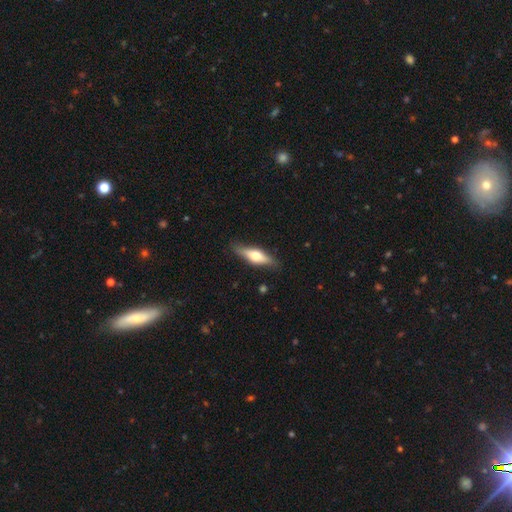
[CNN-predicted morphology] Smooth or featured?
  - featured or disk: 50% *
  - smooth: 44%
  - star or artifact: 6%
Edge-on disk?
  - yes: 92% *
  - no: 8%
Merging?
  - none: 83% *
  - minor disturbance: 13%
  - major disturbance: 3%
  - merger: 1%